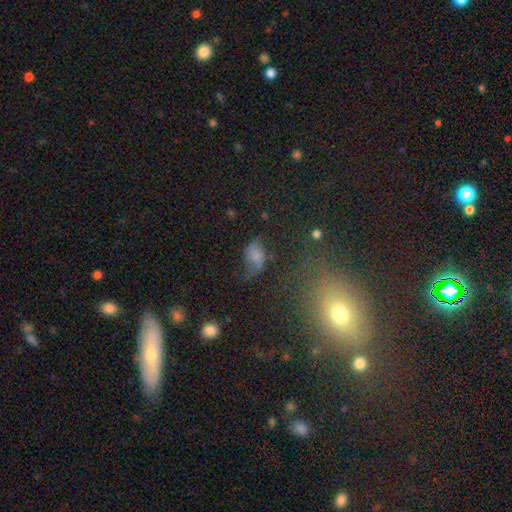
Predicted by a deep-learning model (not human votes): Morphology: type=smooth (50%); roundness=in between (83%); merging=none (35%).